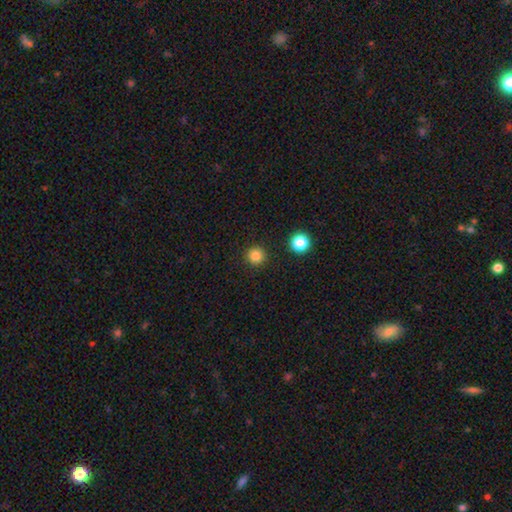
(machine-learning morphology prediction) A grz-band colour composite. It shows a smooth galaxy with no disk features (83%) that is round (95%). Merging: none (92%).